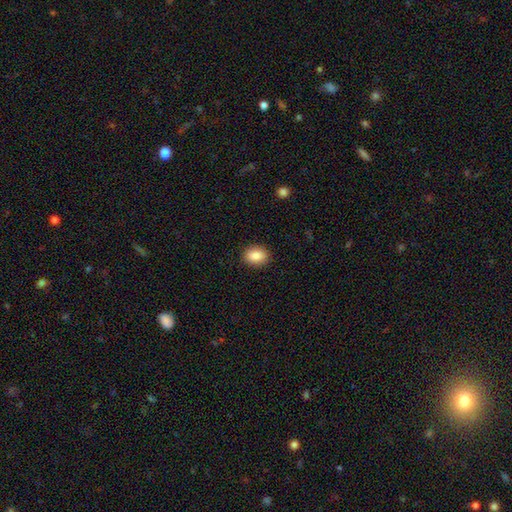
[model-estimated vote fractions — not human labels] A smooth galaxy with no disk features (88%) that is in between round and cigar-shaped (69%). Merging: none (89%).